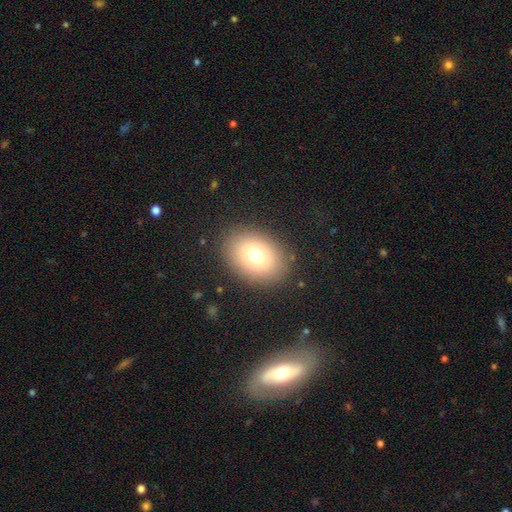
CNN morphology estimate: type=smooth (70%); roundness=in between (62%); merging=none (85%).